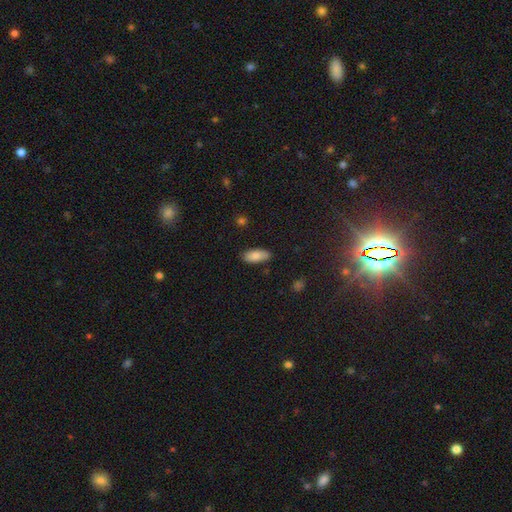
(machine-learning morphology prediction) The model was most divided on "merging": none: 84%, minor disturbance: 12%, major disturbance: 2%, merger: 2%. More confident: how rounded — in between (86%); smooth or featured — smooth (83%).